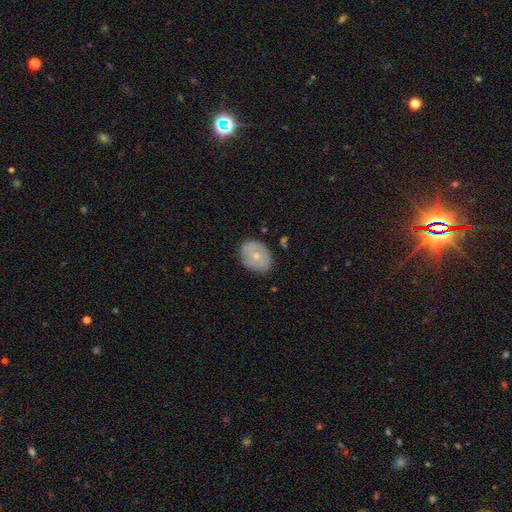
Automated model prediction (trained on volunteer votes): Smooth or featured? Predicted: smooth (p=0.50). Merging? Predicted: none (p=0.78).